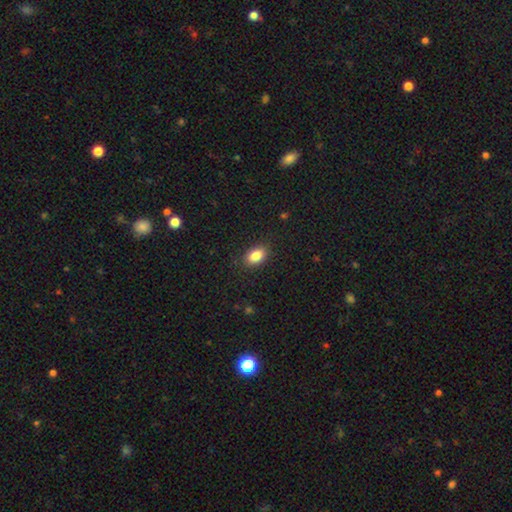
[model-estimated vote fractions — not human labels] smooth_or_featured: smooth (p=0.86) [alt: star or artifact p=0.09]
how_rounded: in between (p=0.87) [alt: round p=0.11]
merging: none (p=0.87) [alt: minor disturbance p=0.09]